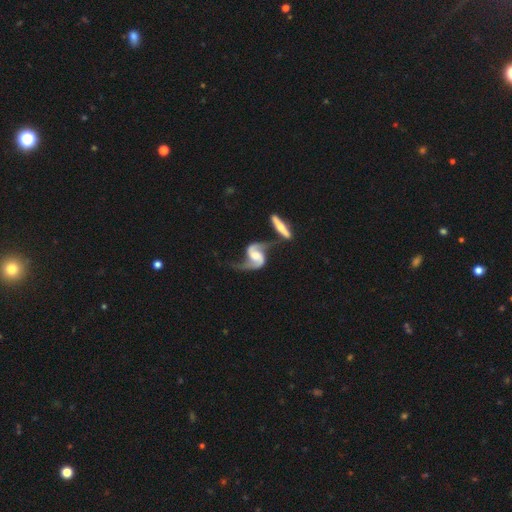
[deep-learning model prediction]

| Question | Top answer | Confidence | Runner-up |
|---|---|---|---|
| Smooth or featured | featured or disk | 90% | smooth (5%) |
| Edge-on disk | no | 96% | yes (4%) |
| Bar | weak | 42% | no (33%) |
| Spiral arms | yes | 97% | no (3%) |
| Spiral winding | loose | 59% | medium (33%) |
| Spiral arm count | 2 | 93% | 1 (2%) |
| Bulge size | moderate | 36% | small (23%) |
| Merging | none | 47% | merger (22%) |